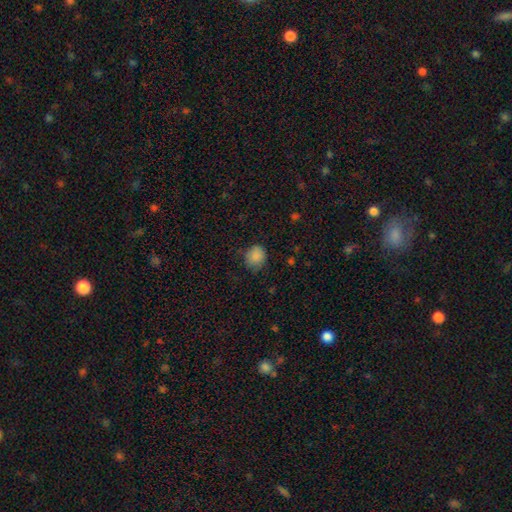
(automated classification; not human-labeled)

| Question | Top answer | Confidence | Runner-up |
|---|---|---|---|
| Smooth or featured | smooth | 86% | star or artifact (9%) |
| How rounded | round | 68% | in between (31%) |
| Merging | none | 70% | minor disturbance (23%) |